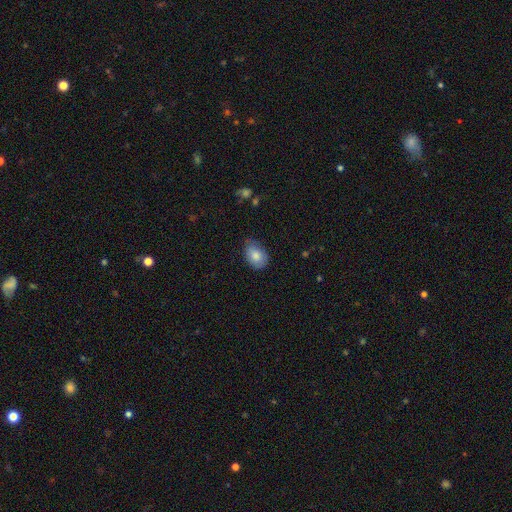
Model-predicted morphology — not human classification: smooth-or-featured: smooth: 82% | featured or disk: 11% | star or artifact: 7%
  how-rounded: in between: 79% | round: 20% | cigar-shaped: 1%
  merging: none: 68% | minor disturbance: 27% | major disturbance: 4% | merger: 1%